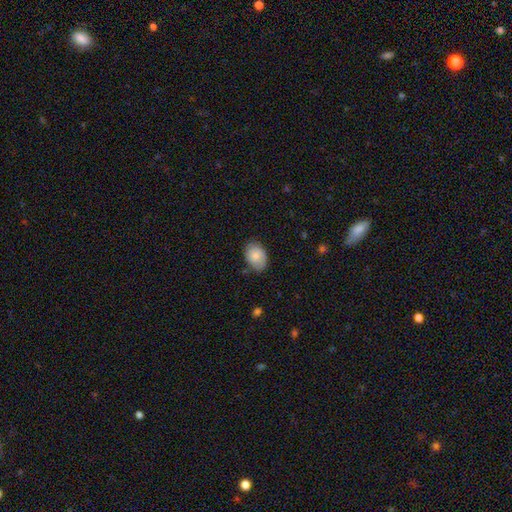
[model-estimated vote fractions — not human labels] Smooth or featured? smooth (81%)
How rounded? in between (79%)
Merging? none (76%)